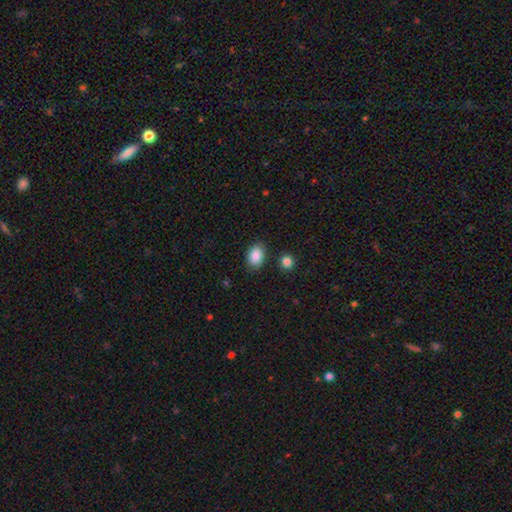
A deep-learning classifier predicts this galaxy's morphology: Smooth or featured?
  - smooth: 89% *
  - star or artifact: 8%
  - featured or disk: 4%
How rounded?
  - in between: 80% *
  - round: 19%
  - cigar-shaped: 1%
Merging?
  - none: 85% *
  - minor disturbance: 10%
  - major disturbance: 3%
  - merger: 3%